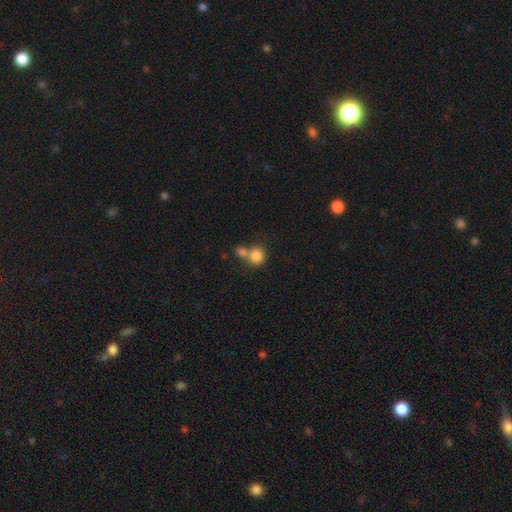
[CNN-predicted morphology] smooth-or-featured: smooth: 82% | star or artifact: 10% | featured or disk: 8%
  how-rounded: round: 82% | in between: 17% | cigar-shaped: 1%
  merging: merger: 46% | none: 42% | minor disturbance: 8% | major disturbance: 4%